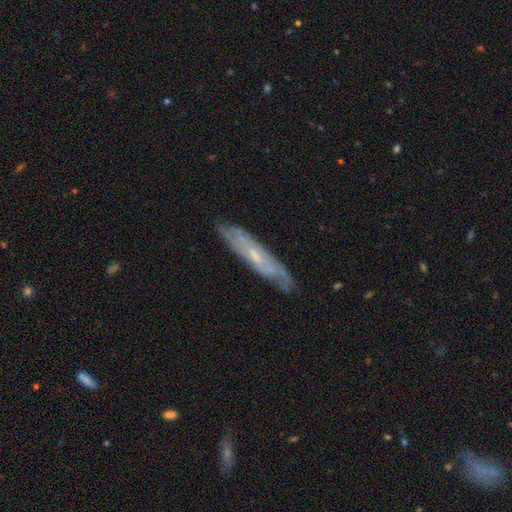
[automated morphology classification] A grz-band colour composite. It shows a featured or disk galaxy (69%). Merging: none (79%).